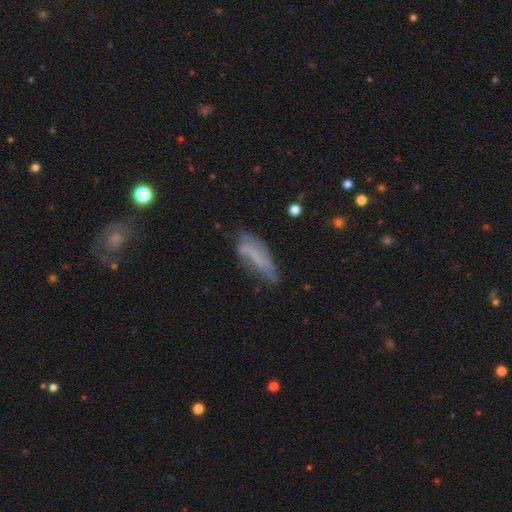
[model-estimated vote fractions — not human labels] Smooth or featured? smooth (46%)
Merging? none (46%)